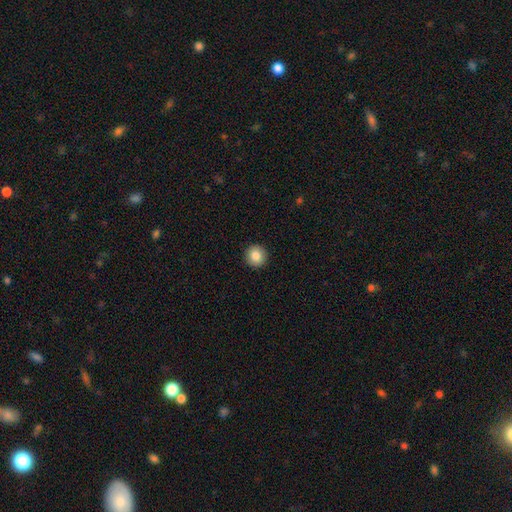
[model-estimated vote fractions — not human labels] Smooth or featured? smooth (86%)
How rounded? round (94%)
Merging? none (93%)